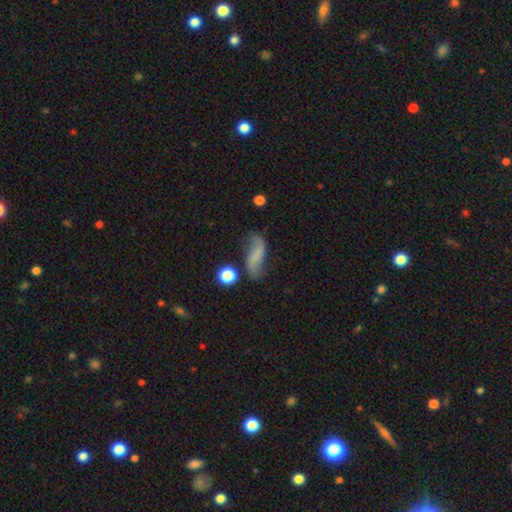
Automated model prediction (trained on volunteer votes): featured or disk 49%, smooth 39%, star or artifact 11%. Down the decision tree: merging — none (58%).